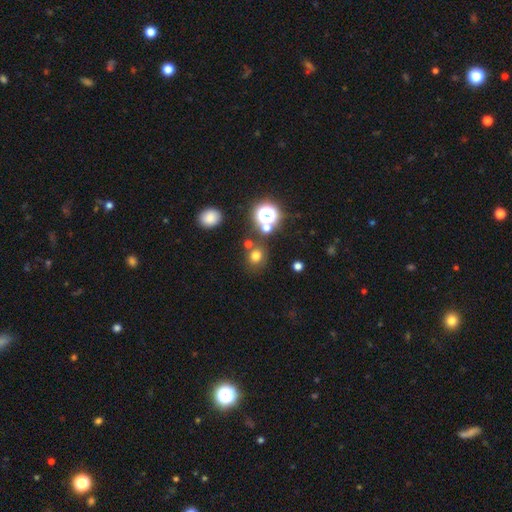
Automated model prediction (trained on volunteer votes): This is likely a smooth galaxy (70%). How rounded: clearly round (81%). Merging: likely none (76%).